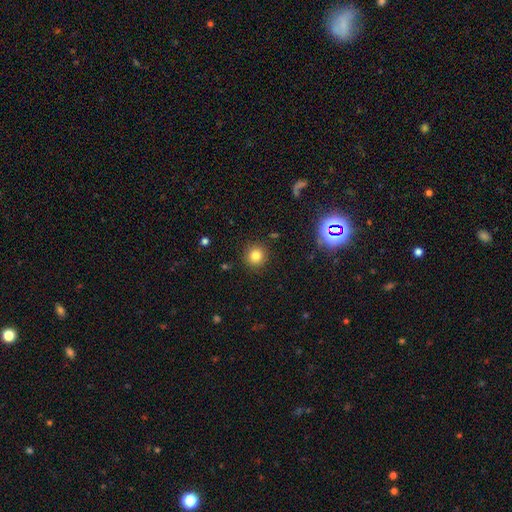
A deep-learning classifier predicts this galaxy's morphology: Smooth or featured?
  - smooth: 80% *
  - star or artifact: 14%
  - featured or disk: 7%
How rounded?
  - round: 92% *
  - in between: 7%
  - cigar-shaped: 1%
Merging?
  - none: 89% *
  - minor disturbance: 7%
  - major disturbance: 2%
  - merger: 1%